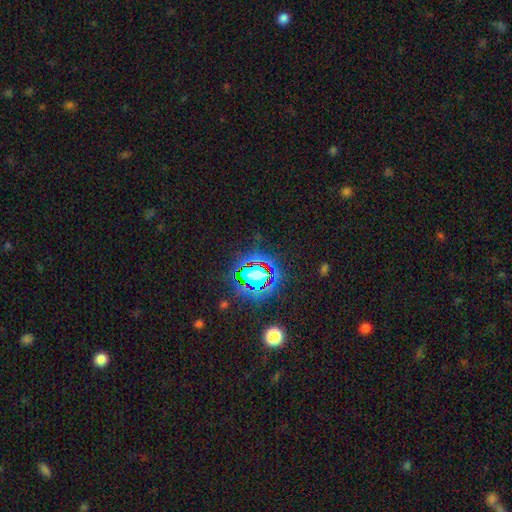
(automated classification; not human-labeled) Q: Smooth or featured?
A: star or artifact (78%); runner-up: smooth (14%)